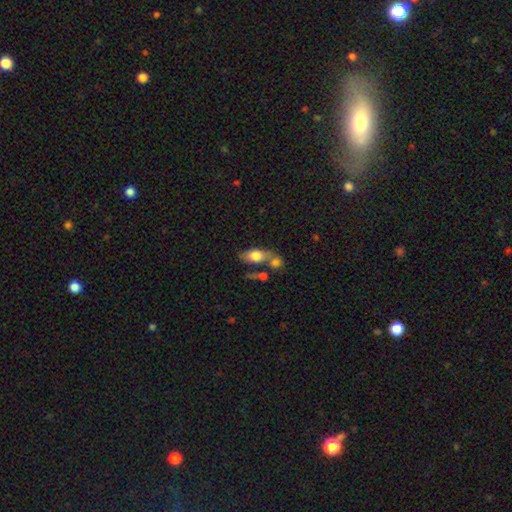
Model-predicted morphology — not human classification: Q: Smooth or featured?
A: smooth (70%); runner-up: featured or disk (23%)
Q: How rounded?
A: in between (81%); runner-up: cigar-shaped (11%)
Q: Merging?
A: none (46%); runner-up: merger (31%)